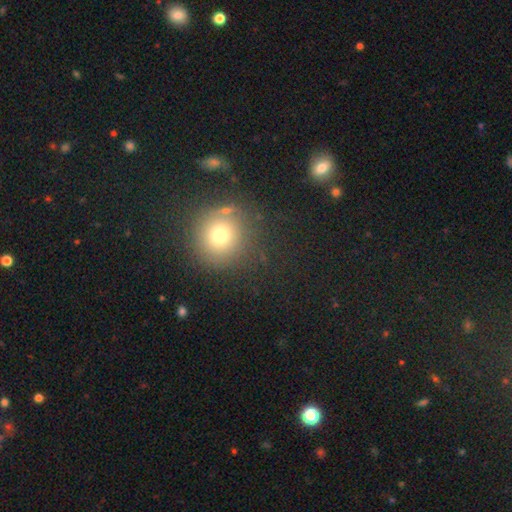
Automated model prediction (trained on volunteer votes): Smooth or featured: smooth — 61% (star or artifact — 26%)
How rounded: round — 92% (in between — 6%)
Merging: none — 80% (minor disturbance — 11%)